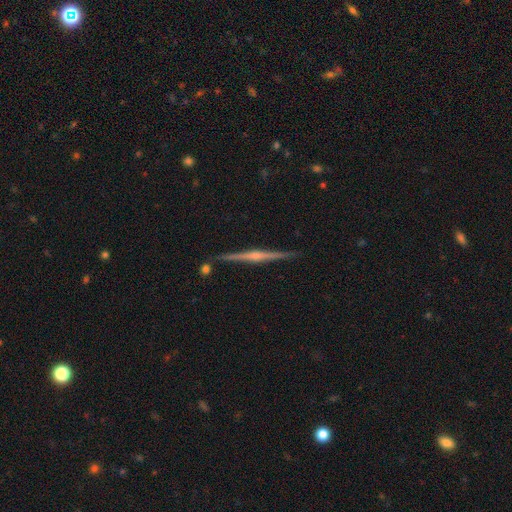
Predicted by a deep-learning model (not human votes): Overall: featured or disk (83%). Edge-on disk: yes (99%). Edge-on bulge: rounded (76%). Merging: none (91%).